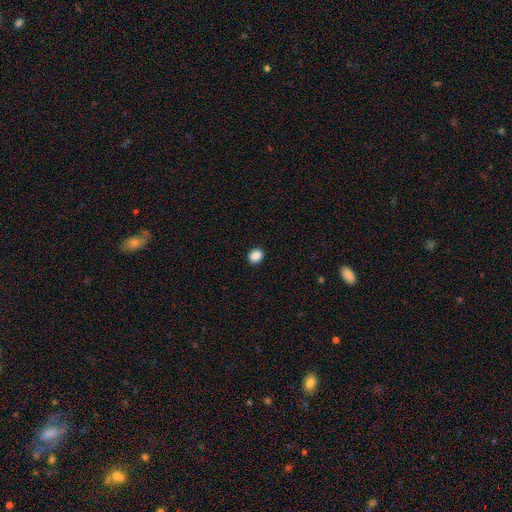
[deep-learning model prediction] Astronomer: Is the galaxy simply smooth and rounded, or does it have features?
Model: smooth — 88%.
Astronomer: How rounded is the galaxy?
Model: round — 60% (runner-up: in between, 39%).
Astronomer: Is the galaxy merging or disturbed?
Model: none — 91%.